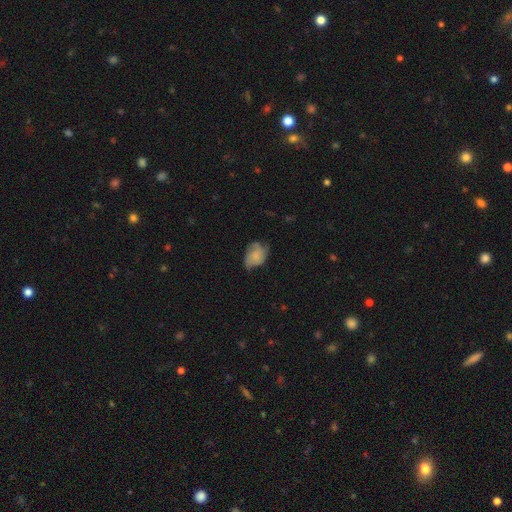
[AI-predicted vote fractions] Smooth or featured?
  - smooth: 55% *
  - featured or disk: 36%
  - star or artifact: 9%
How rounded?
  - in between: 78% *
  - round: 21%
  - cigar-shaped: 1%
Merging?
  - none: 48% *
  - minor disturbance: 35%
  - major disturbance: 15%
  - merger: 2%